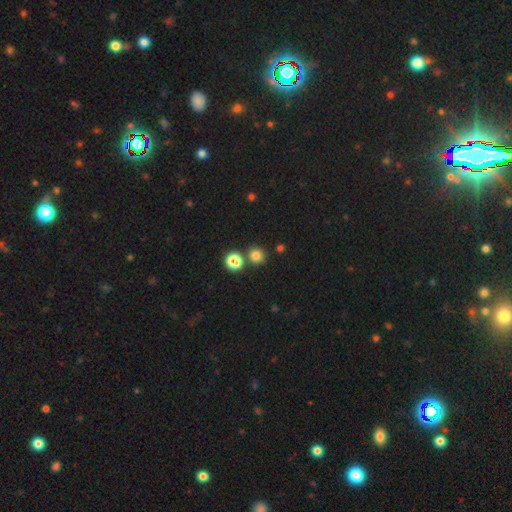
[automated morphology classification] This is likely a smooth galaxy (77%). How rounded: clearly round (92%). Merging: clearly none (80%).